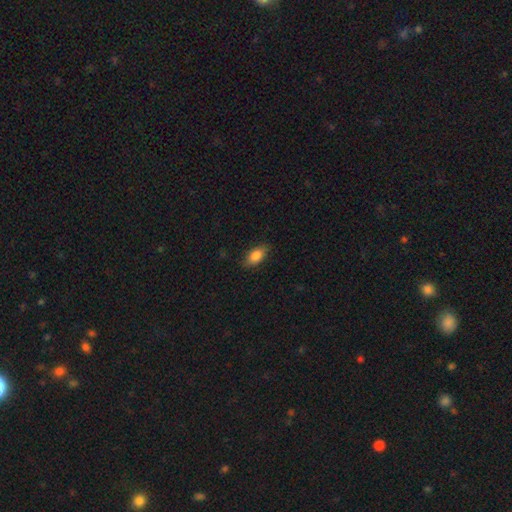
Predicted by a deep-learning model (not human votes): Smooth or featured?
  - smooth: 85% *
  - featured or disk: 8%
  - star or artifact: 7%
How rounded?
  - in between: 89% *
  - cigar-shaped: 6%
  - round: 5%
Merging?
  - none: 84% *
  - minor disturbance: 12%
  - major disturbance: 3%
  - merger: 1%